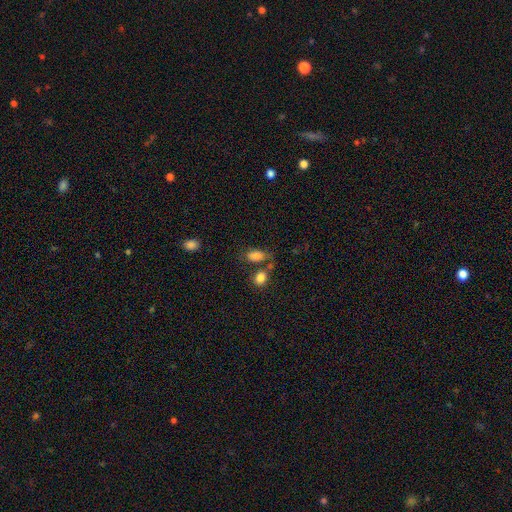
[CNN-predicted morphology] The model was most divided on "merging": none: 51%, merger: 23%, minor disturbance: 18%, major disturbance: 8%. More confident: how rounded — in between (89%); smooth or featured — smooth (83%).